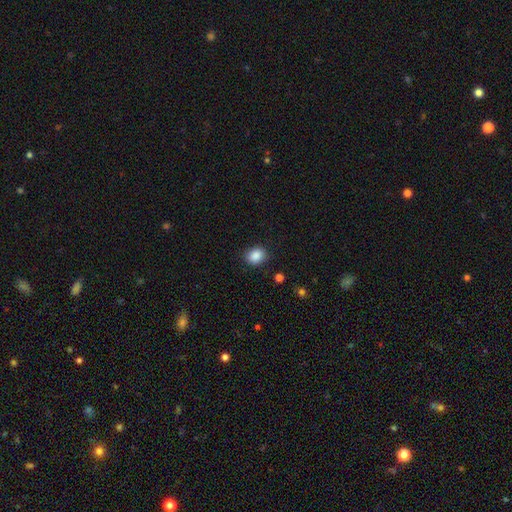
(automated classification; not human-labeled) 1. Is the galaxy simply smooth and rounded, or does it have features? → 88% smooth, 9% star or artifact, 3% featured or disk.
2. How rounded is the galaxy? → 54% round, 45% in between, 1% cigar-shaped.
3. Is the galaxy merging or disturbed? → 88% none, 9% minor disturbance, 2% major disturbance, 1% merger.